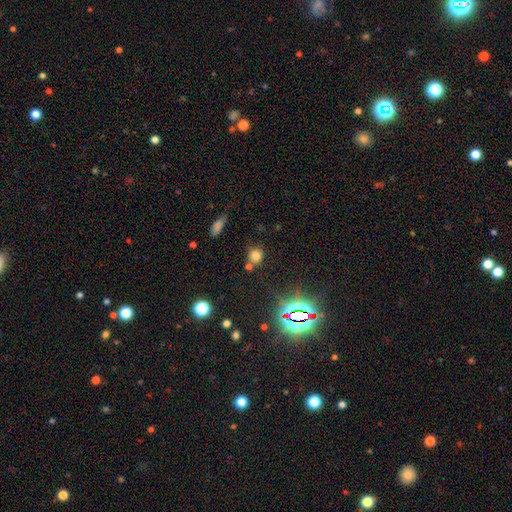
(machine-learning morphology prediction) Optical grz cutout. It shows a smooth galaxy with no disk features (71%) that is round (79%). Merging: none (69%).